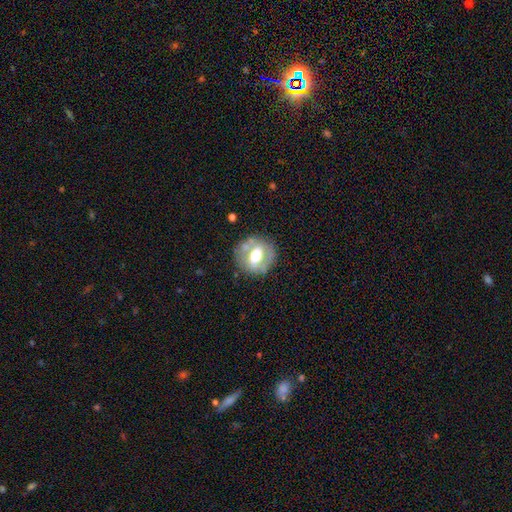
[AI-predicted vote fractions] Smooth or featured: featured or disk — 52% (smooth — 41%)
Edge-on disk: no — 90% (yes — 10%)
Merging: none — 73% (minor disturbance — 15%)